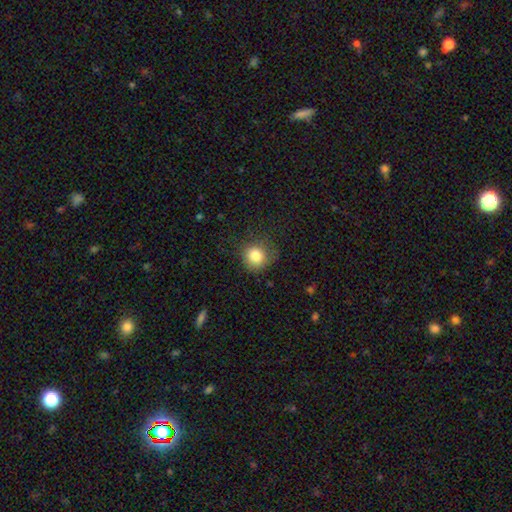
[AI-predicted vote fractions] This is clearly a smooth galaxy (83%). How rounded: clearly round (88%). Merging: likely none (75%).